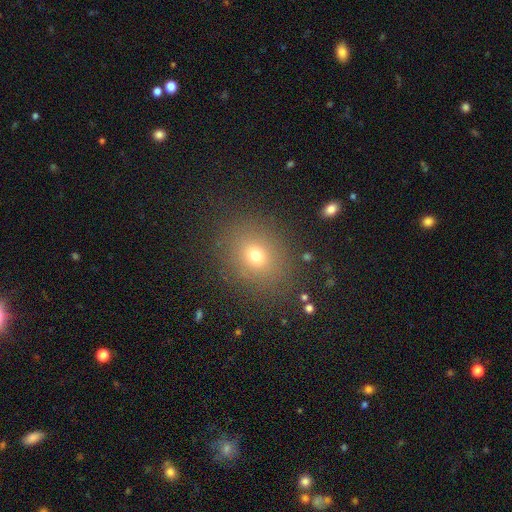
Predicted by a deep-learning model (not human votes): smooth 70%, star or artifact 18%, featured or disk 12%. Down the decision tree: how rounded — round (58%); merging — none (84%).